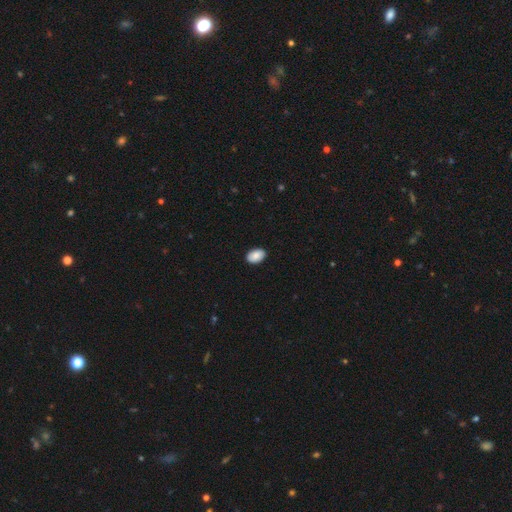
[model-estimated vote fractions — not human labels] smooth-or-featured: smooth: 88% | star or artifact: 7% | featured or disk: 5%
  how-rounded: in between: 90% | round: 9% | cigar-shaped: 1%
  merging: none: 89% | minor disturbance: 8% | major disturbance: 2% | merger: 1%